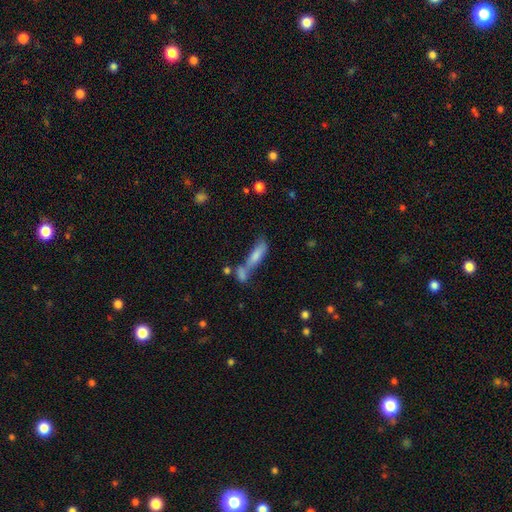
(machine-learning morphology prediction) The model was most divided on "merging": merger: 48%, none: 31%, minor disturbance: 13%, major disturbance: 8%. More confident: how rounded — cigar-shaped (65%); smooth or featured — smooth (65%).